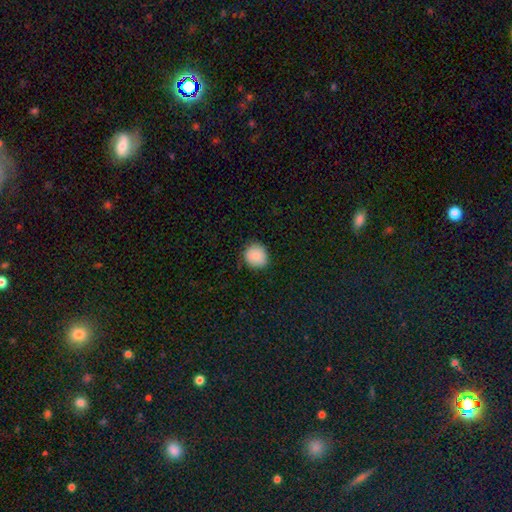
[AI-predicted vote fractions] Smooth or featured? Predicted: smooth (p=0.88). How rounded? Predicted: round (p=0.88). Merging? Predicted: none (p=0.84).